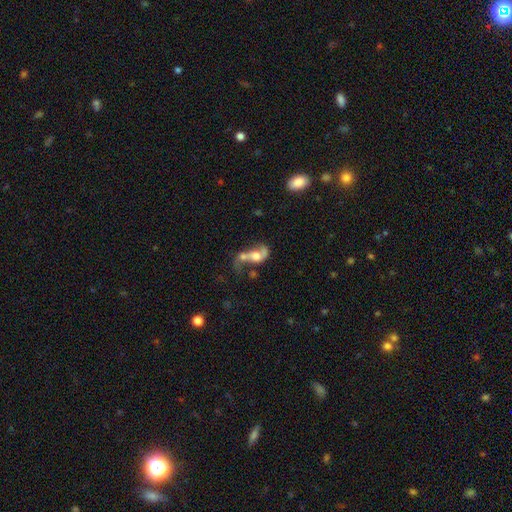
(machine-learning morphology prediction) Smooth or featured?
  - featured or disk: 54% *
  - smooth: 36%
  - star or artifact: 10%
Edge-on disk?
  - no: 95% *
  - yes: 5%
Bar?
  - no: 71% *
  - weak: 22%
  - strong: 8%
Spiral arms?
  - yes: 61% *
  - no: 39%
Bulge size?
  - moderate: 42% *
  - large: 32%
  - small: 12%
  - none: 9%
  - dominant: 5%
Merging?
  - merger: 57% *
  - major disturbance: 19%
  - none: 15%
  - minor disturbance: 8%